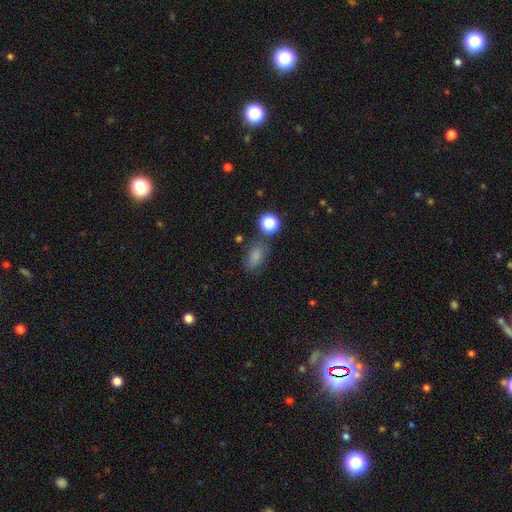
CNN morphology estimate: Smooth or featured?
  - smooth: 77% *
  - star or artifact: 15%
  - featured or disk: 8%
How rounded?
  - in between: 82% *
  - round: 15%
  - cigar-shaped: 4%
Merging?
  - none: 68% *
  - minor disturbance: 19%
  - major disturbance: 7%
  - merger: 7%